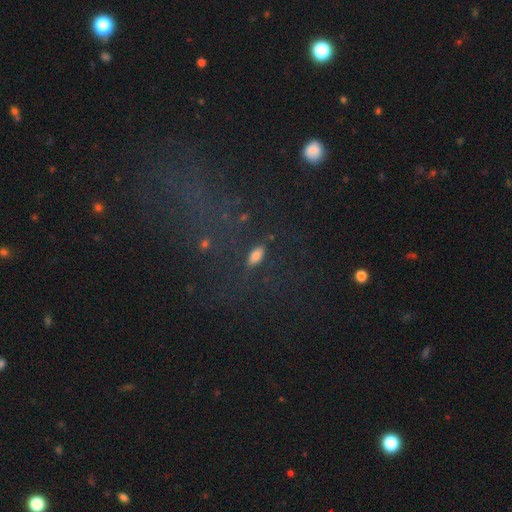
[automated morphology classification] Smooth or featured?
  - smooth: 74% *
  - star or artifact: 15%
  - featured or disk: 11%
How rounded?
  - in between: 79% *
  - cigar-shaped: 15%
  - round: 6%
Merging?
  - none: 81% *
  - minor disturbance: 11%
  - major disturbance: 5%
  - merger: 3%